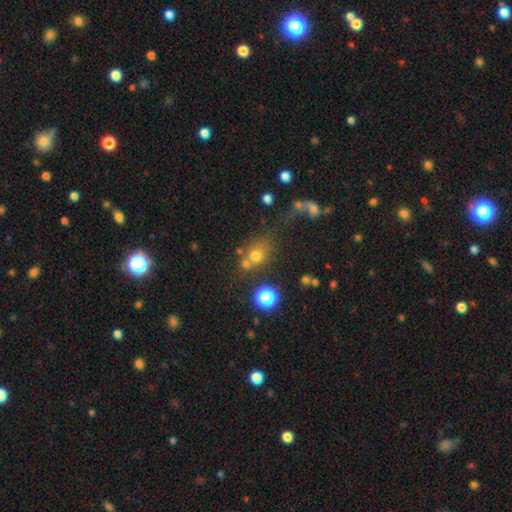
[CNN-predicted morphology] Smooth or featured?
  - smooth: 64% *
  - star or artifact: 21%
  - featured or disk: 15%
How rounded?
  - round: 66% *
  - in between: 32%
  - cigar-shaped: 2%
Merging?
  - none: 47% *
  - merger: 28%
  - minor disturbance: 13%
  - major disturbance: 12%